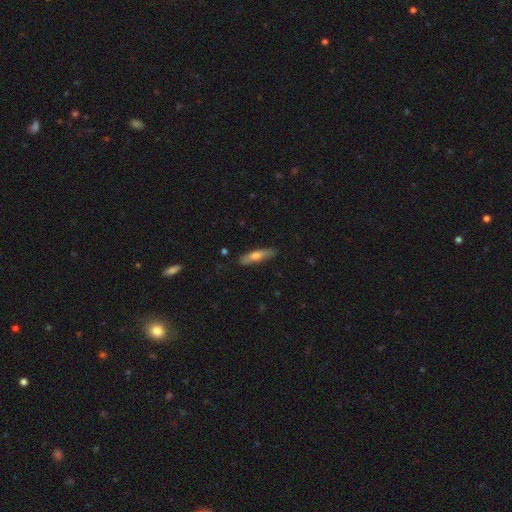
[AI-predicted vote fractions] Smooth or featured?
  - smooth: 60% *
  - featured or disk: 35%
  - star or artifact: 6%
How rounded?
  - cigar-shaped: 80% *
  - in between: 18%
  - round: 2%
Merging?
  - none: 85% *
  - minor disturbance: 12%
  - major disturbance: 2%
  - merger: 1%